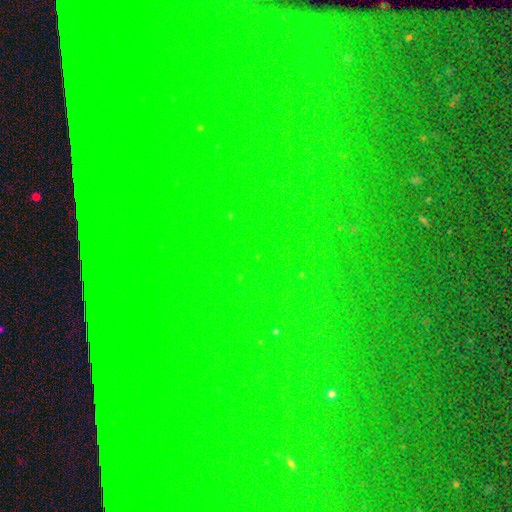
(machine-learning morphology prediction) Q: Smooth or featured?
A: star or artifact (80%); runner-up: smooth (12%)